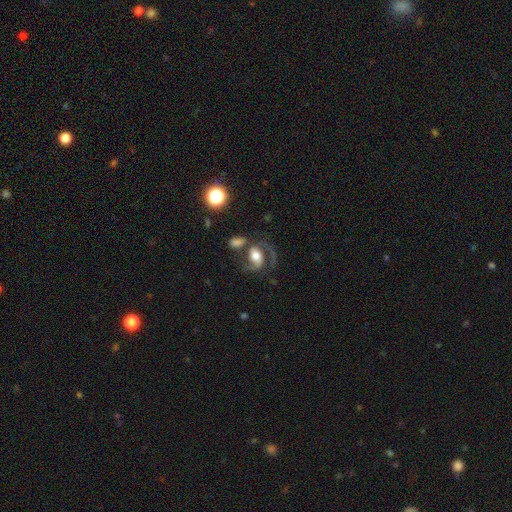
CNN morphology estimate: Smooth or featured? featured or disk (75%)
Edge-on disk? no (97%)
Bar? no (42%)
Spiral arms? yes (92%)
Spiral winding? medium (51%)
Spiral arm count? 2 (84%)
Bulge size? moderate (52%)
Merging? none (49%)